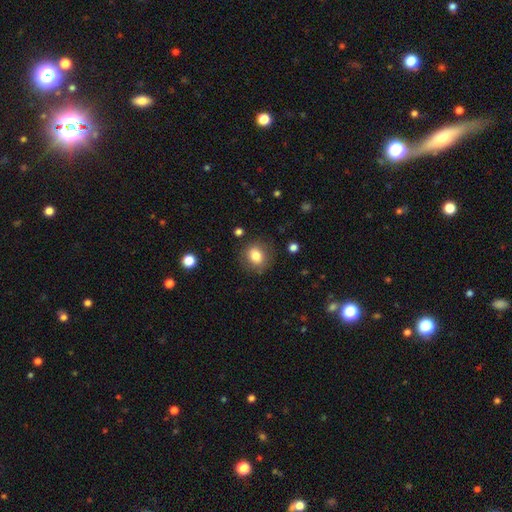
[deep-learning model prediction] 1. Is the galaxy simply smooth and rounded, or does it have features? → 82% smooth, 9% star or artifact, 9% featured or disk.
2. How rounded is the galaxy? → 69% round, 30% in between, 1% cigar-shaped.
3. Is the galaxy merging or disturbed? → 83% none, 11% minor disturbance, 4% major disturbance, 2% merger.